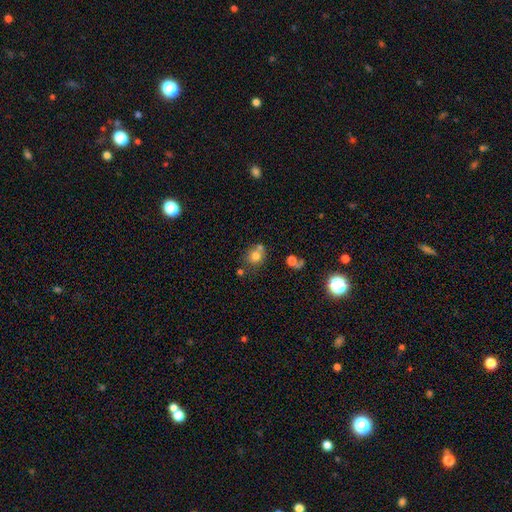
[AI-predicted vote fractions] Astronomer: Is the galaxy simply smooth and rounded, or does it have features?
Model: smooth — 74%.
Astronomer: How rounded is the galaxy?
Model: round — 71%.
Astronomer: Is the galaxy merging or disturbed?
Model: none — 53% (runner-up: merger, 28%).